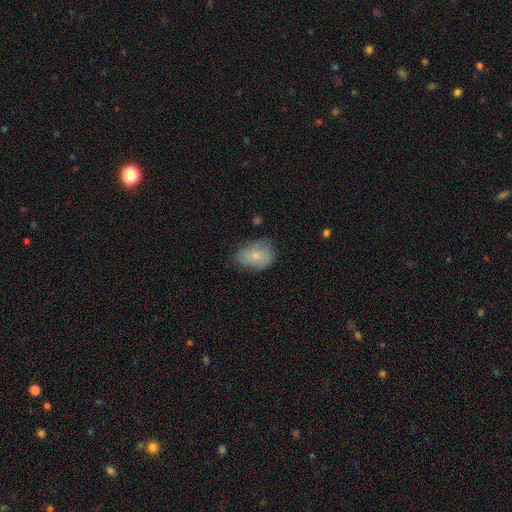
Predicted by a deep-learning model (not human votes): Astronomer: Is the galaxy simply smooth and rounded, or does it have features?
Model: smooth — 72%.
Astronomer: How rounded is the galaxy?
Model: in between — 79%.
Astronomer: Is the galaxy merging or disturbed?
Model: none — 59%.